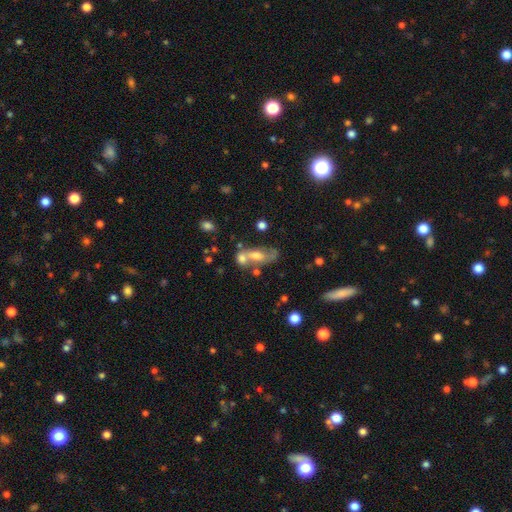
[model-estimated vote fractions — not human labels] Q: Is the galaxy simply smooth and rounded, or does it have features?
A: smooth — 44%.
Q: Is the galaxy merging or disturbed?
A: merger — 47%.